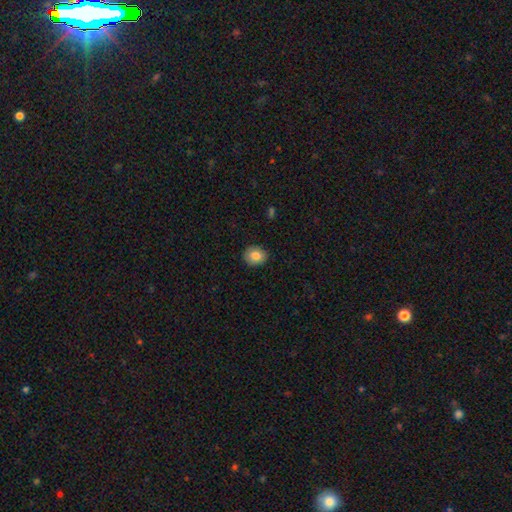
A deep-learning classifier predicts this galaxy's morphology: The model was most divided on "how rounded": round: 60%, in between: 39%, cigar-shaped: 1%. More confident: merging — none (88%); smooth or featured — smooth (83%).